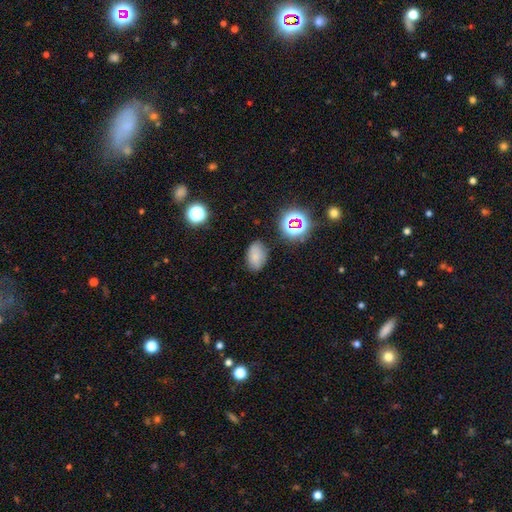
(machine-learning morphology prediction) The model was most divided on "smooth or featured": smooth: 75%, star or artifact: 16%, featured or disk: 9%. More confident: how rounded — in between (87%); merging — none (77%).